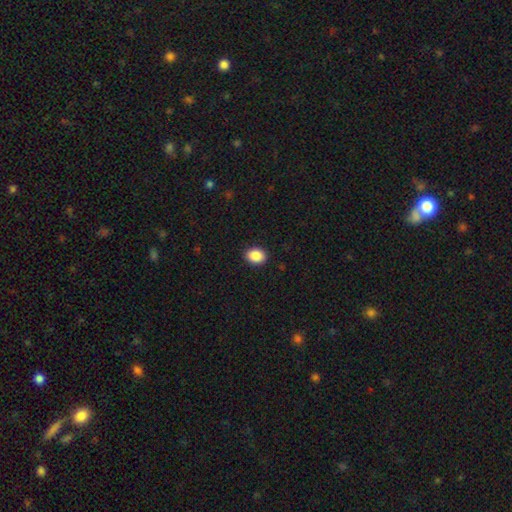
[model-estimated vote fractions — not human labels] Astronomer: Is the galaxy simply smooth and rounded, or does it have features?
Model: smooth — 88%.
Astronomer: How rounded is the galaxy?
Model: in between — 52% (runner-up: round, 47%).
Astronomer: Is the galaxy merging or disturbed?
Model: none — 91%.